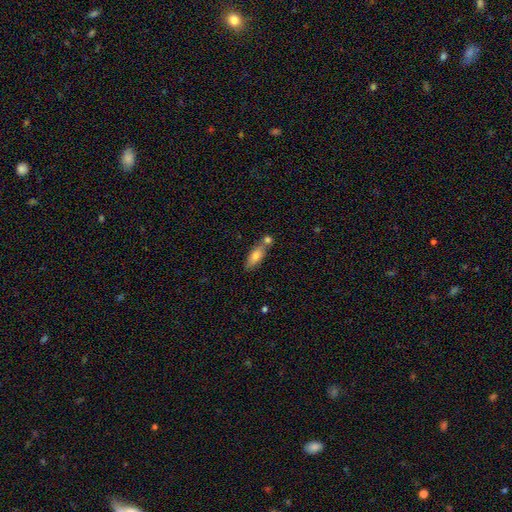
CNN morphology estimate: This appears to be a smooth galaxy with no disk features (74%) that is in between round and cigar-shaped (67%). Merging: none (55%).